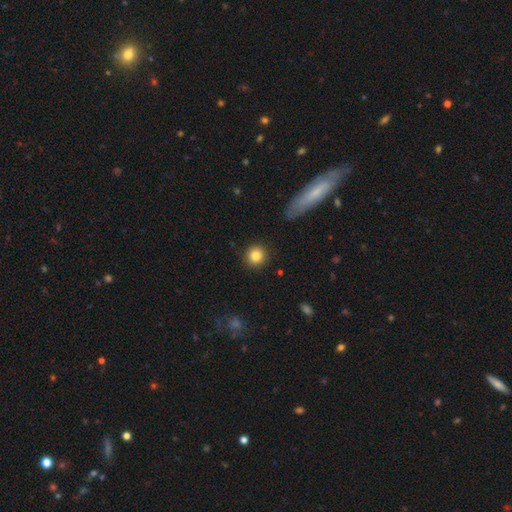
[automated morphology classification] Smooth or featured: smooth — 84% (star or artifact — 10%)
How rounded: round — 93% (in between — 6%)
Merging: none — 91% (minor disturbance — 6%)